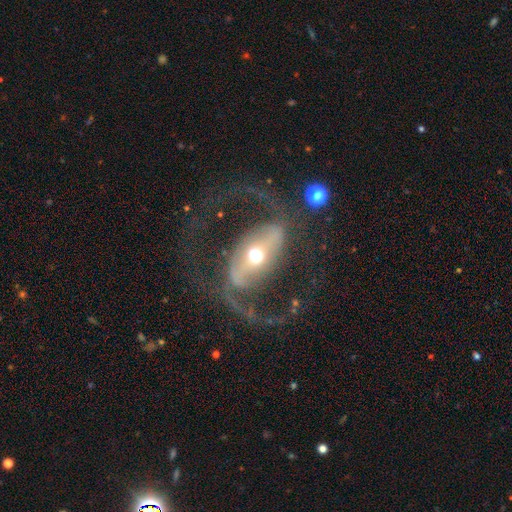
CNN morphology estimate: A featured or disk galaxy (76%) with a strong bar (50%), spiral arms (67%) and a moderate central bulge (73%).

Vote fractions:
- Smooth or featured? featured or disk: 76% / smooth: 17% / star or artifact: 7%
- Edge-on disk? no: 88% / yes: 12%
- Bar? strong: 50% / weak: 26% / no: 25%
- Spiral arms? yes: 67% / no: 33%
- Bulge size? moderate: 73% / large: 14% / small: 9% / dominant: 2% / none: 1%
- Merging? none: 55% / major disturbance: 26% / minor disturbance: 15% / merger: 3%